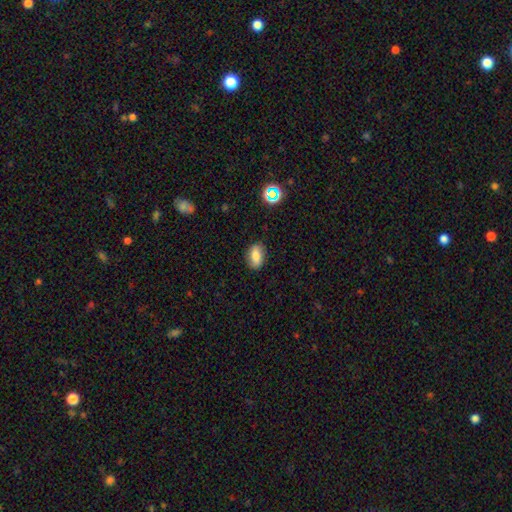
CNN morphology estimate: Smooth or featured? Predicted: smooth (p=0.76). How rounded? Predicted: in between (p=0.86). Merging? Predicted: none (p=0.83).